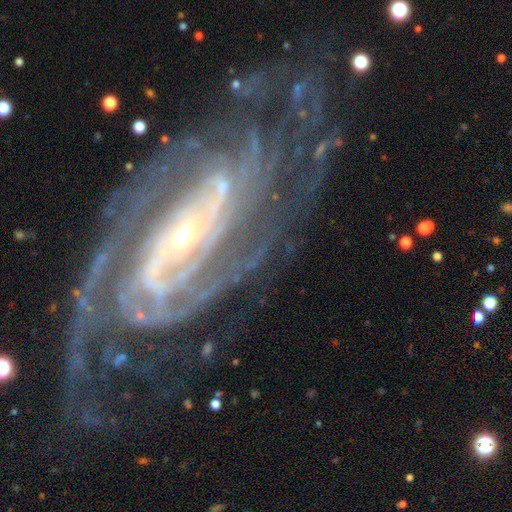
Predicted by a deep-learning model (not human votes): Smooth or featured: featured or disk — 91% (star or artifact — 5%)
Edge-on disk: no — 95% (yes — 5%)
Bar: no — 41% (strong — 30%)
Spiral arms: yes — 98% (no — 2%)
Spiral winding: tight — 60% (medium — 33%)
Spiral arm count: 2 — 27% (can't tell — 20%)
Bulge size: small — 73% (moderate — 22%)
Merging: none — 66% (minor disturbance — 17%)